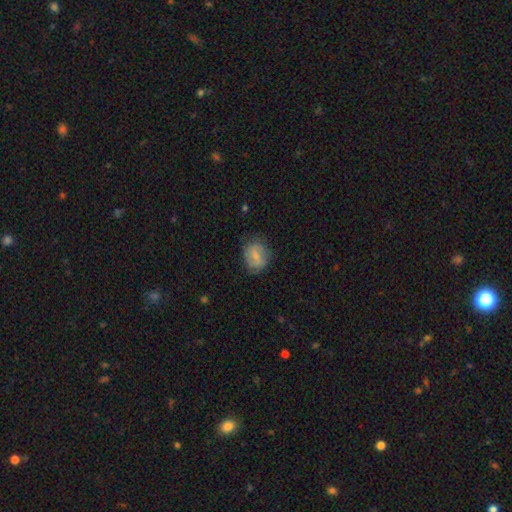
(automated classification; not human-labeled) Smooth or featured? smooth (65%)
How rounded? round (58%)
Merging? none (71%)